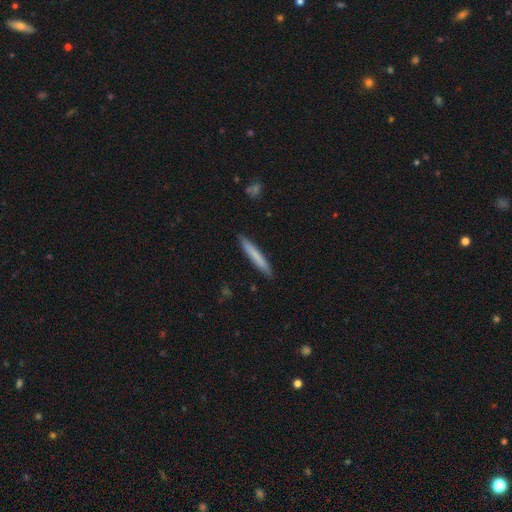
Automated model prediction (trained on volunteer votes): This is likely a smooth galaxy (72%). How rounded: clearly cigar-shaped (96%). Merging: clearly none (90%).